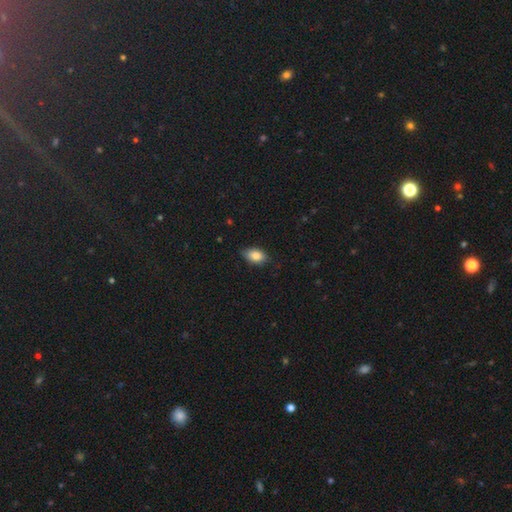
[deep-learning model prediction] Q: Smooth or featured?
A: smooth (84%); runner-up: featured or disk (9%)
Q: How rounded?
A: in between (90%); runner-up: round (8%)
Q: Merging?
A: none (80%); runner-up: minor disturbance (17%)